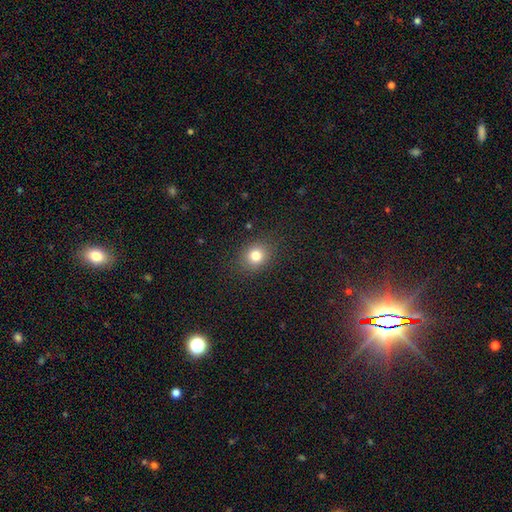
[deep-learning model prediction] Smooth or featured? smooth (79%)
How rounded? round (67%)
Merging? none (86%)